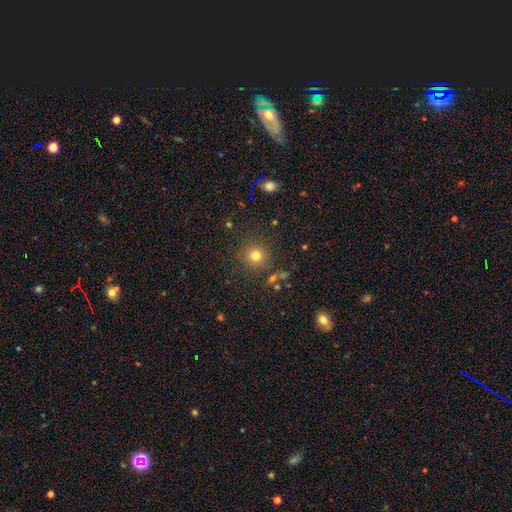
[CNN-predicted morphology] Smooth or featured? Predicted: smooth (p=0.77). How rounded? Predicted: round (p=0.93). Merging? Predicted: none (p=0.87).